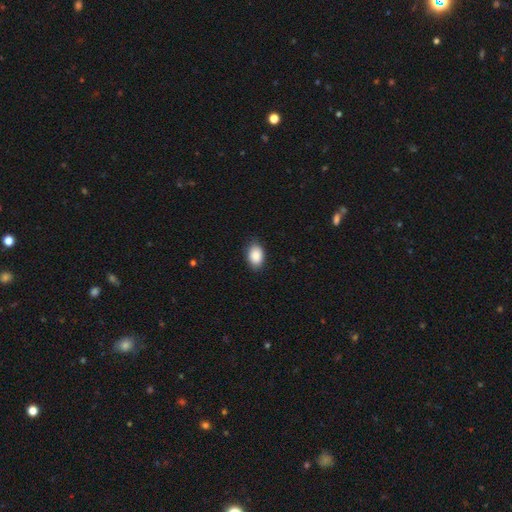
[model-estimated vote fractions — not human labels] Q: Smooth or featured?
A: smooth (89%); runner-up: star or artifact (7%)
Q: How rounded?
A: in between (85%); runner-up: round (14%)
Q: Merging?
A: none (85%); runner-up: minor disturbance (12%)